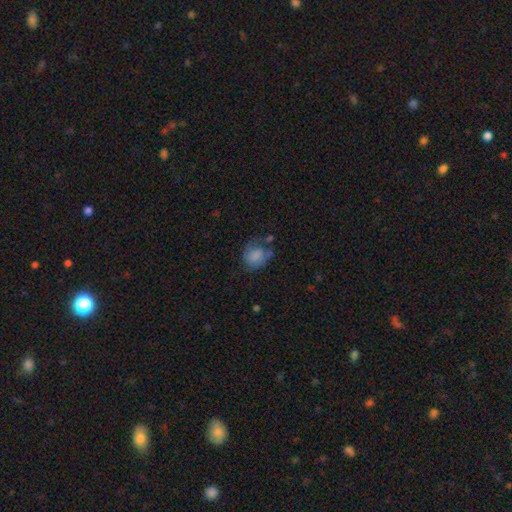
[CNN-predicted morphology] A smooth galaxy with no disk features (68%) that is round (49%, tied with in between).

Vote fractions:
- Smooth or featured? smooth: 68% / featured or disk: 23% / star or artifact: 10%
- How rounded? round: 49% (tied) / in between: 49% (tied) / cigar-shaped: 1%
- Merging? none: 38% / minor disturbance: 29% / major disturbance: 26% / merger: 7%